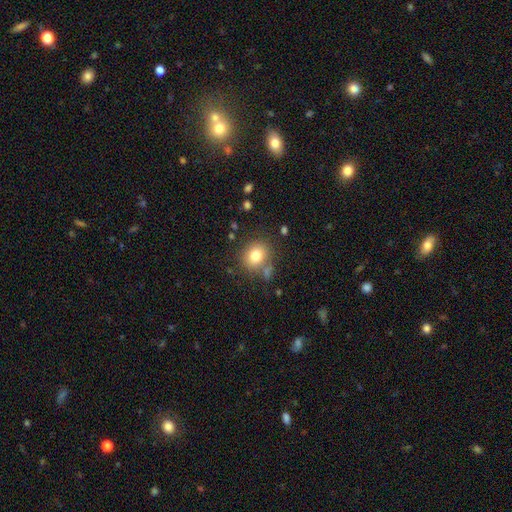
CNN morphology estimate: type=smooth (78%); roundness=round (71%); merging=none (74%).